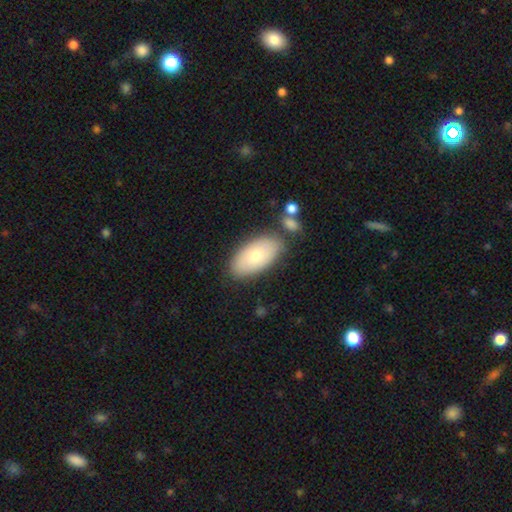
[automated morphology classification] This is likely a smooth galaxy (72%). How rounded: clearly in between (94%). Merging: likely none (77%).